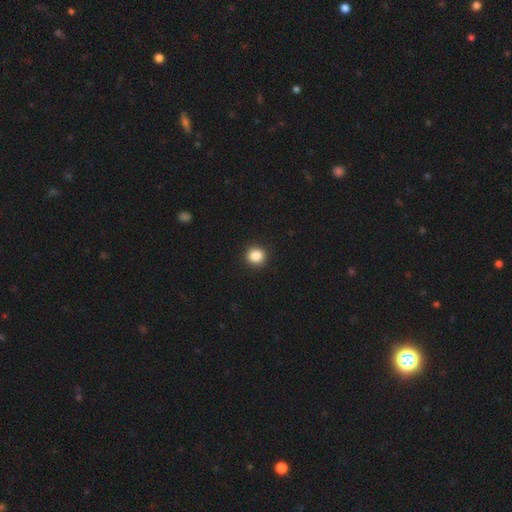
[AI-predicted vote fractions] Smooth or featured: smooth — 86% (star or artifact — 10%)
How rounded: round — 90% (in between — 10%)
Merging: none — 92% (minor disturbance — 5%)